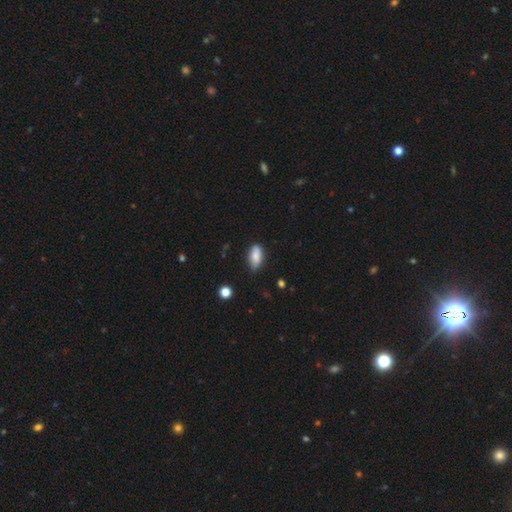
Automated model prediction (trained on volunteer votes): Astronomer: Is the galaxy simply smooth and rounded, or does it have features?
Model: smooth — 80%.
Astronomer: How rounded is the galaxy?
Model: in between — 87%.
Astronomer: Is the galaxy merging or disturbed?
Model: none — 72%.